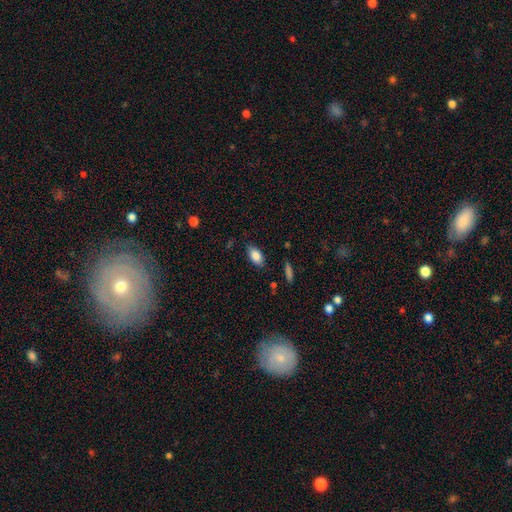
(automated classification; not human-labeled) Smooth or featured?
  - smooth: 85% *
  - star or artifact: 8%
  - featured or disk: 8%
How rounded?
  - in between: 90% *
  - round: 6%
  - cigar-shaped: 4%
Merging?
  - none: 79% *
  - minor disturbance: 16%
  - major disturbance: 3%
  - merger: 2%